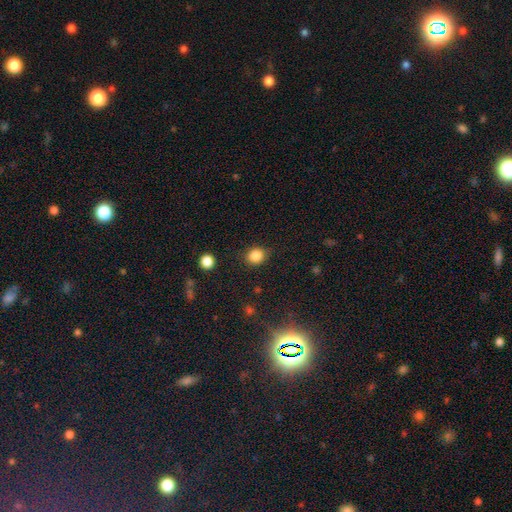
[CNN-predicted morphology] smooth-or-featured: smooth: 85% | star or artifact: 11% | featured or disk: 4%
  how-rounded: round: 75% | in between: 24% | cigar-shaped: 1%
  merging: none: 84% | minor disturbance: 11% | major disturbance: 3% | merger: 2%